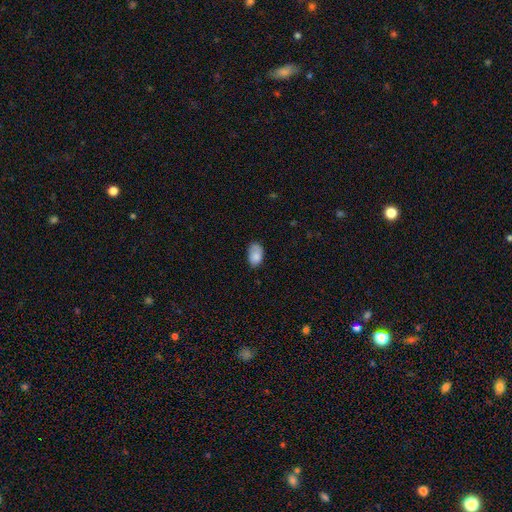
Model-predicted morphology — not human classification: Smooth or featured? Predicted: smooth (p=0.83). How rounded? Predicted: in between (p=0.90). Merging? Predicted: none (p=0.59).